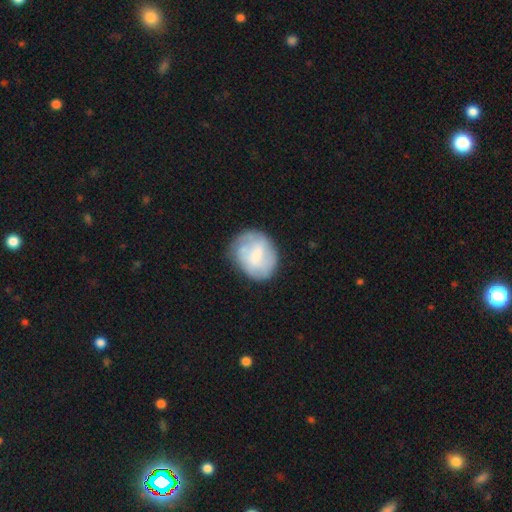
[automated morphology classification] Smooth or featured: smooth — 56% (featured or disk — 38%)
How rounded: round — 61% (in between — 38%)
Merging: none — 63% (minor disturbance — 24%)